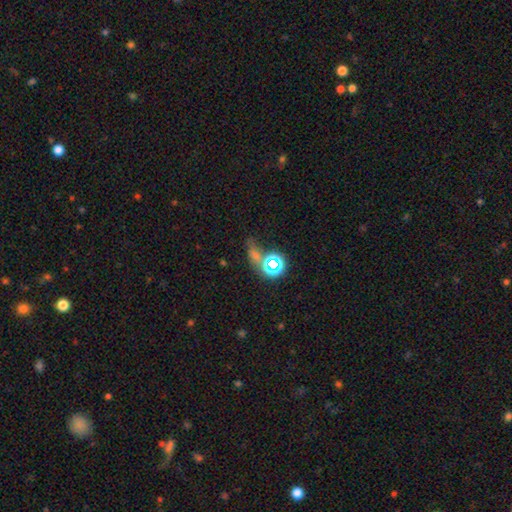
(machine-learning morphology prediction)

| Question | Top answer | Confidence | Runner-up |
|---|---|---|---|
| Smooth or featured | star or artifact | 53% | smooth (33%) |